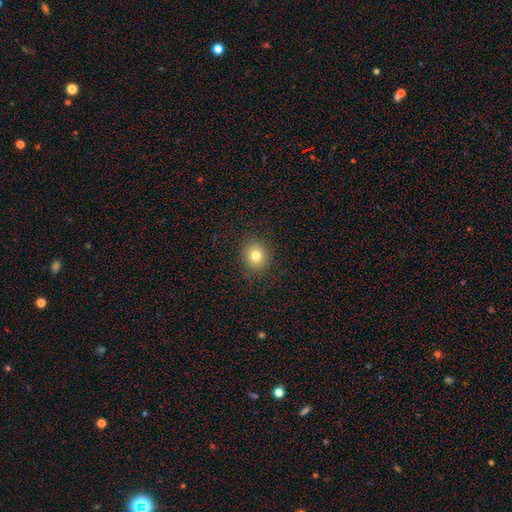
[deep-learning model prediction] Smooth or featured? Predicted: smooth (p=0.80). How rounded? Predicted: round (p=0.81). Merging? Predicted: none (p=0.89).